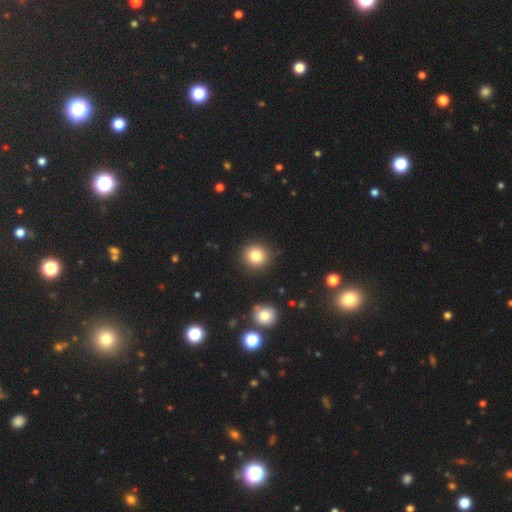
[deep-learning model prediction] smooth-or-featured: smooth: 83% | star or artifact: 11% | featured or disk: 6%
  how-rounded: round: 92% | in between: 7% | cigar-shaped: 1%
  merging: none: 90% | minor disturbance: 6% | major disturbance: 2% | merger: 2%